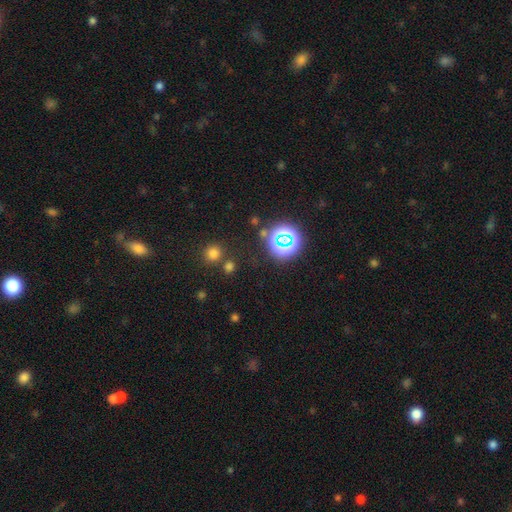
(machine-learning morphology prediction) Overall: star or artifact (61%; smooth 32%).